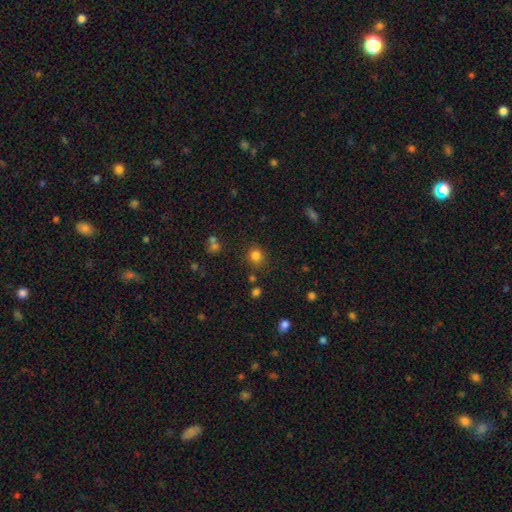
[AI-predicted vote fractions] Overall: smooth (81%). How rounded: round (81%). Merging: none (82%).